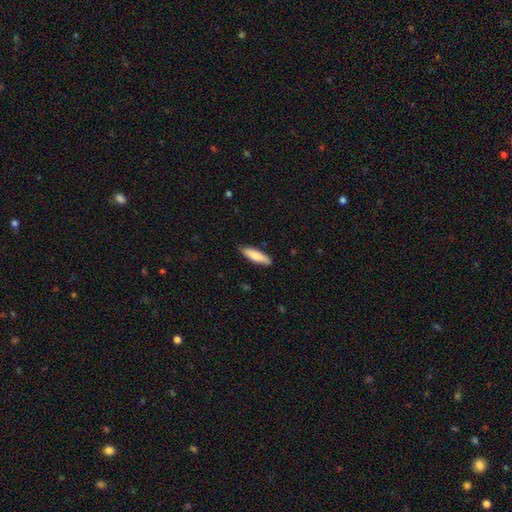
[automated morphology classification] Smooth or featured? smooth (80%)
How rounded? cigar-shaped (64%)
Merging? none (85%)